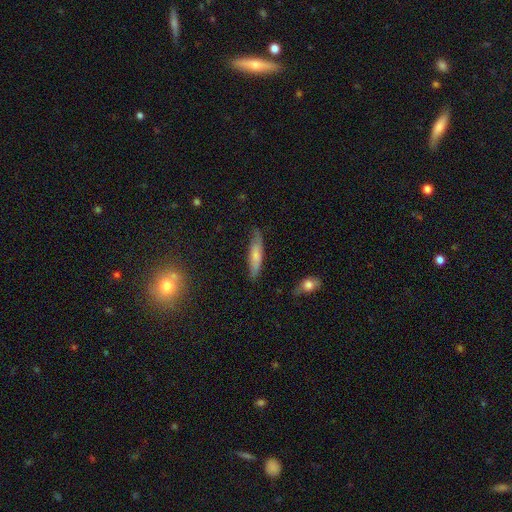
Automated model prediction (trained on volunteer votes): Q: Smooth or featured?
A: smooth (66%); runner-up: featured or disk (28%)
Q: How rounded?
A: cigar-shaped (76%); runner-up: in between (22%)
Q: Merging?
A: none (77%); runner-up: minor disturbance (18%)